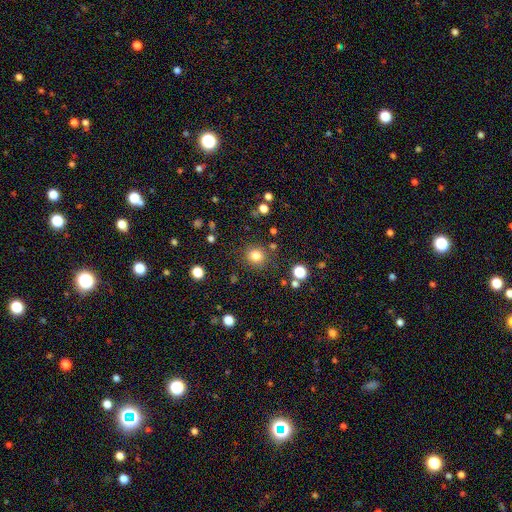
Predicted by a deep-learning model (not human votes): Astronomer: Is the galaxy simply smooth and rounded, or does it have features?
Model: smooth — 81%.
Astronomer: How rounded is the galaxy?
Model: round — 90%.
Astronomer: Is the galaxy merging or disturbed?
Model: none — 85%.